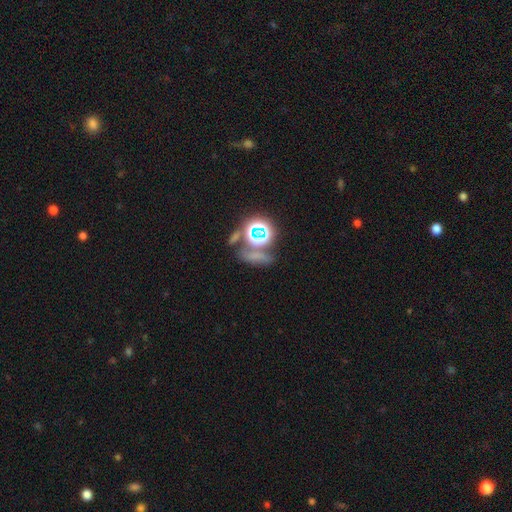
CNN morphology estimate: A star or artifact, not a galaxy (46%).

Vote fractions:
- Smooth or featured? star or artifact: 46% / smooth: 39% / featured or disk: 15%